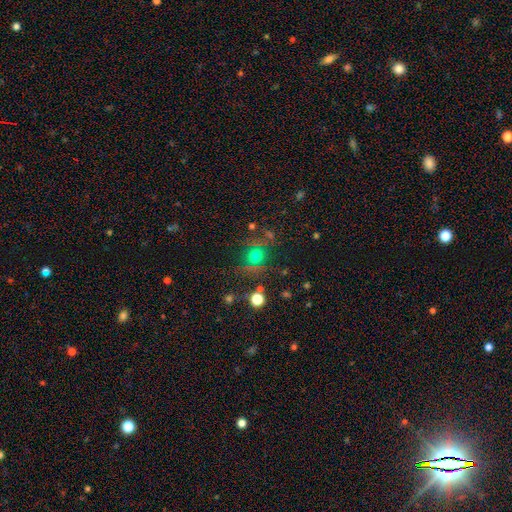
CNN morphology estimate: smooth-or-featured: smooth: 57% | star or artifact: 28% | featured or disk: 15%
  how-rounded: round: 85% | in between: 14% | cigar-shaped: 2%
  merging: none: 71% | minor disturbance: 13% | major disturbance: 8% | merger: 8%